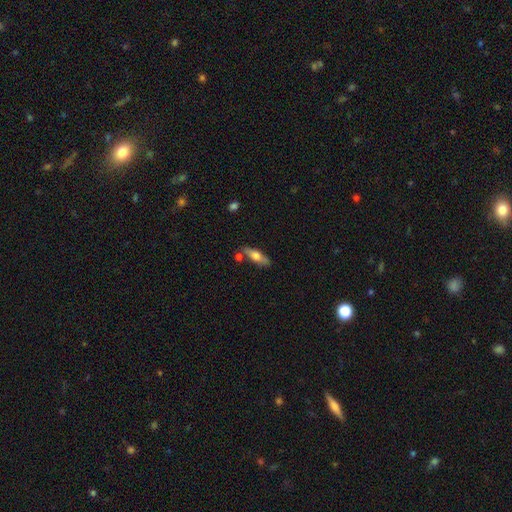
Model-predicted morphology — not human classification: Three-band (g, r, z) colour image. It shows a smooth galaxy with no disk features (54%) that is in between round and cigar-shaped (50%). Merging: none (70%).